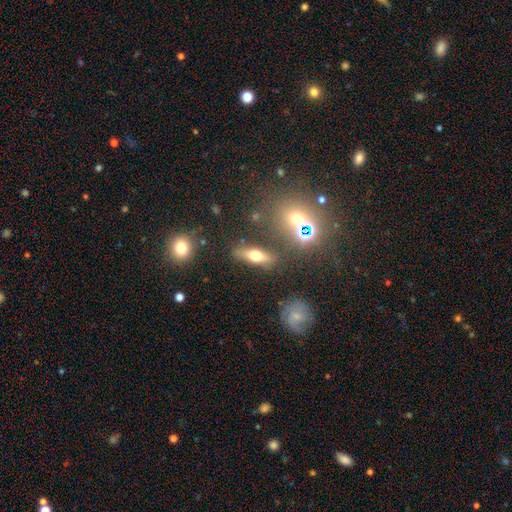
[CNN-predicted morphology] This is possibly a smooth galaxy (57%). How rounded: possibly in between (53%). Merging: likely none (77%).